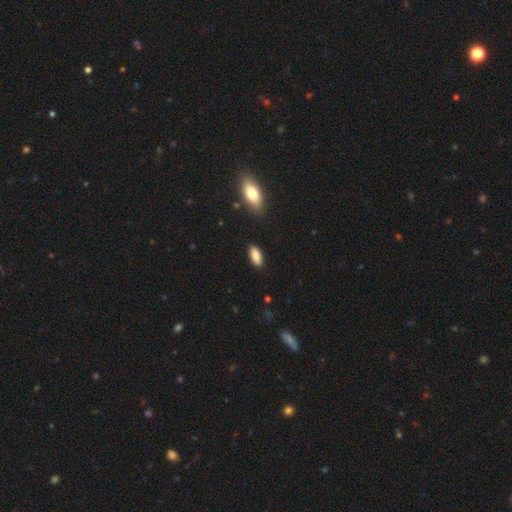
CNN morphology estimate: Smooth or featured?
  - smooth: 88% *
  - star or artifact: 7%
  - featured or disk: 6%
How rounded?
  - in between: 85% *
  - cigar-shaped: 13%
  - round: 2%
Merging?
  - none: 87% *
  - minor disturbance: 9%
  - major disturbance: 2%
  - merger: 1%